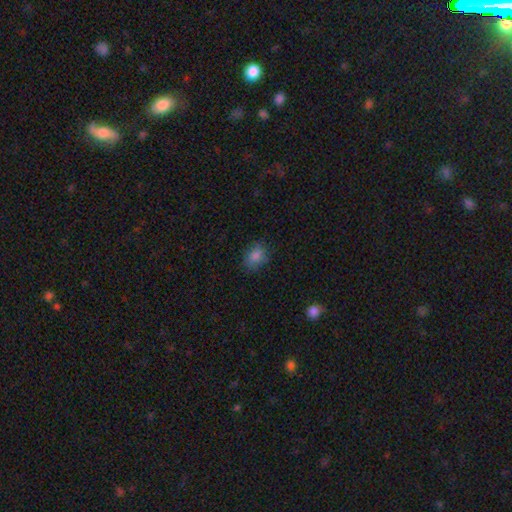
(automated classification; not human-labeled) smooth 84%, star or artifact 10%, featured or disk 6%. Down the decision tree: how rounded — in between (69%); merging — none (76%).